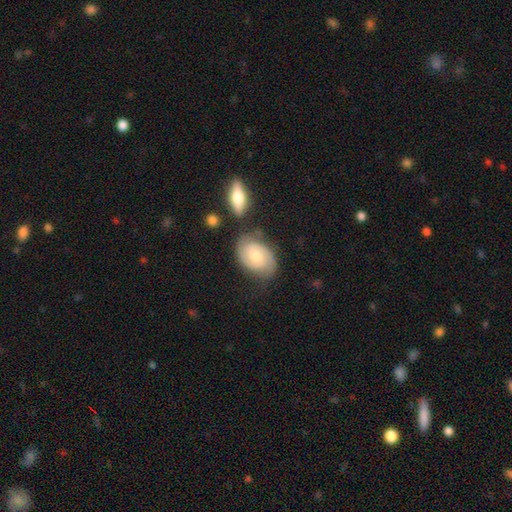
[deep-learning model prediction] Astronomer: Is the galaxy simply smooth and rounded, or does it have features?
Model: featured or disk — 72%.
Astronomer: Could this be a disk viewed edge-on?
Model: no — 96%.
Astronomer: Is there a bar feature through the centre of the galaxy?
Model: no — 63%.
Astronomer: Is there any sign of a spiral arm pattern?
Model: yes — 93%.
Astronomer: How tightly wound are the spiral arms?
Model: tight — 54% (runner-up: medium, 36%).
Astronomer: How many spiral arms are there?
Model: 2 — 84%.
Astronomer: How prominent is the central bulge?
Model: moderate — 64%.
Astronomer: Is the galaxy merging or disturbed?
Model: none — 68%.